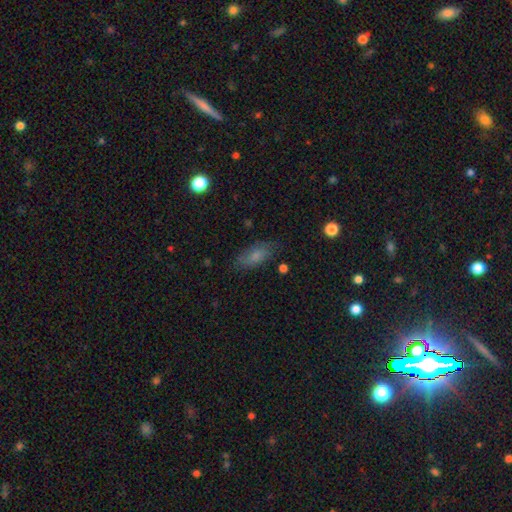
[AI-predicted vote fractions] A smooth galaxy with no disk features (75%) that is in between round and cigar-shaped (82%). Merging: none (75%).